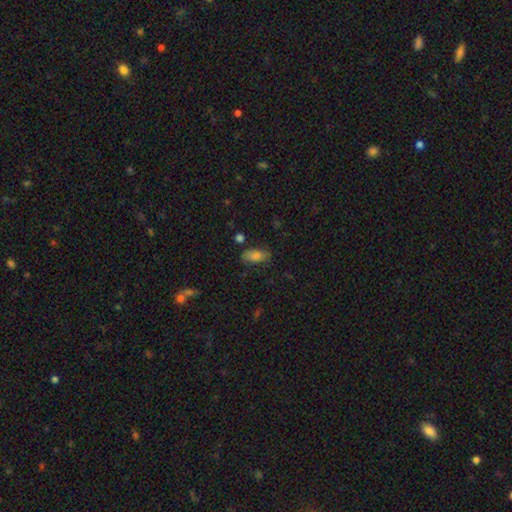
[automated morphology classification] A smooth galaxy with no disk features (79%) that is in between round and cigar-shaped (89%).

Vote fractions:
- Smooth or featured? smooth: 79% / star or artifact: 11% / featured or disk: 10%
- How rounded? in between: 89% / cigar-shaped: 8% / round: 4%
- Merging? none: 73% / minor disturbance: 19% / major disturbance: 5% / merger: 3%